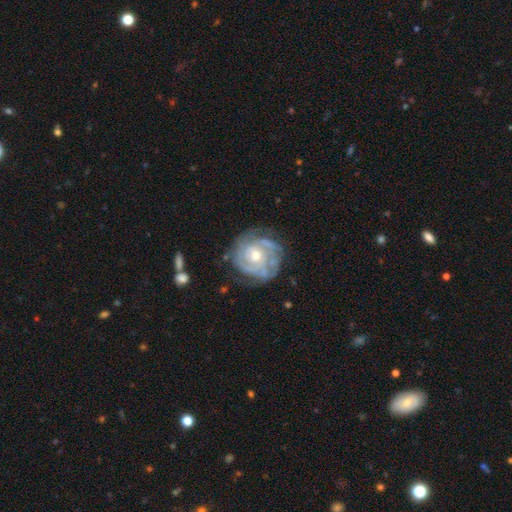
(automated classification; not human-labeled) Morphology: type=featured or disk (86%); edge-on=no (98%); bar=no (75%); spiral arms=yes (93%); winding=tight (74%); arm count=can't tell (35%); bulge=moderate (56%); merging=none (68%).